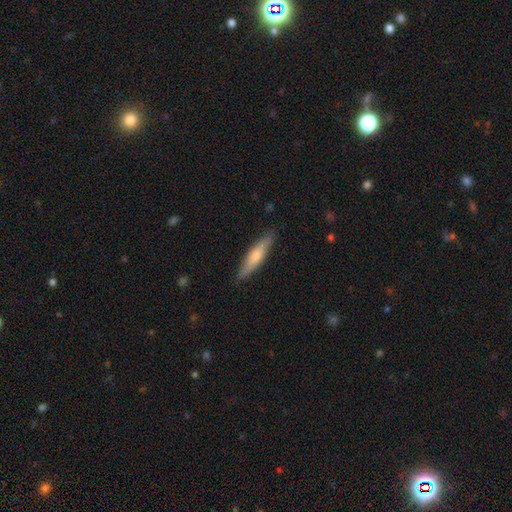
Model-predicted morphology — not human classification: Smooth or featured?
  - smooth: 60% *
  - featured or disk: 35%
  - star or artifact: 5%
How rounded?
  - cigar-shaped: 84% *
  - in between: 14%
  - round: 2%
Merging?
  - none: 87% *
  - minor disturbance: 10%
  - major disturbance: 2%
  - merger: 1%